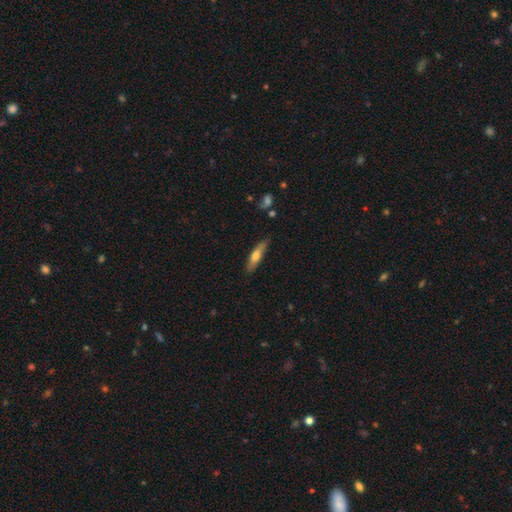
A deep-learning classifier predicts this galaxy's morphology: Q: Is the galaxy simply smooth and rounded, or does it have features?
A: smooth — 60%.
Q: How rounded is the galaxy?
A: cigar-shaped — 70%.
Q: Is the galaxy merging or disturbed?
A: none — 76%.